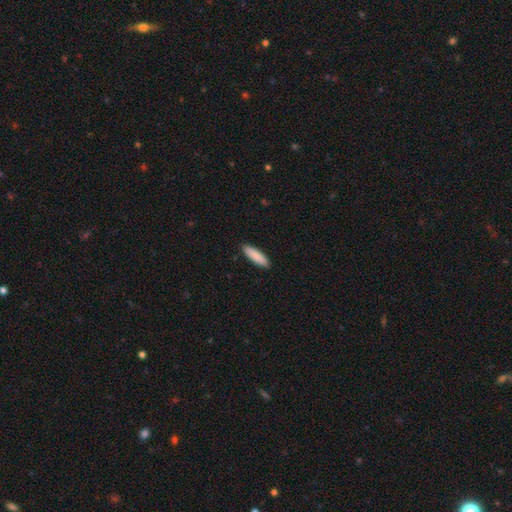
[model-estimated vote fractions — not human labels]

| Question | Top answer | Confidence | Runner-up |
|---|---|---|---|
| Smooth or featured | smooth | 89% | star or artifact (5%) |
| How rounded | cigar-shaped | 67% | in between (31%) |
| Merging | none | 91% | minor disturbance (7%) |